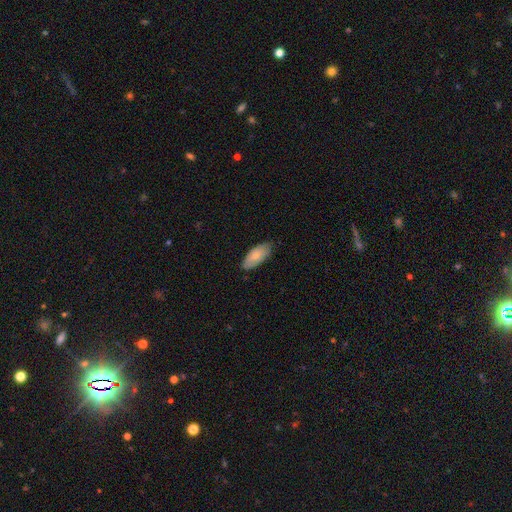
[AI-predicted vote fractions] Smooth or featured: smooth — 74% (featured or disk — 20%)
How rounded: in between — 87% (cigar-shaped — 11%)
Merging: none — 76% (minor disturbance — 20%)